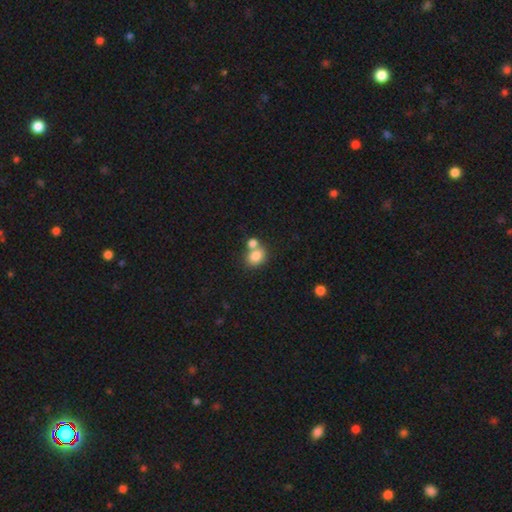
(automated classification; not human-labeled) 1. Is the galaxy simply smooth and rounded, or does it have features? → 82% smooth, 10% star or artifact, 9% featured or disk.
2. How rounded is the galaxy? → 54% in between, 45% round, 1% cigar-shaped.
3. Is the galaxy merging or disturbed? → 45% merger, 42% none, 9% minor disturbance, 4% major disturbance.